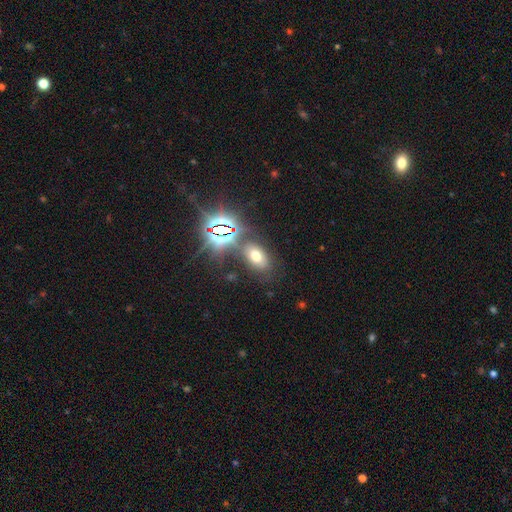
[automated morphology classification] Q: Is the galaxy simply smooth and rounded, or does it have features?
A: smooth — 53%.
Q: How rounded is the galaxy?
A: in between — 86%.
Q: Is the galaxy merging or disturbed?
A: none — 75%.